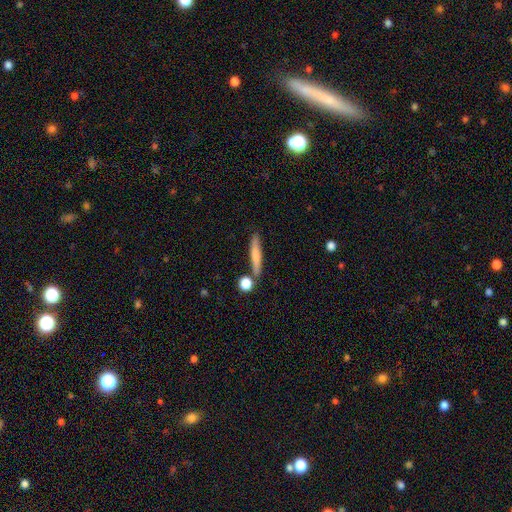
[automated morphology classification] Smooth or featured: smooth — 68% (featured or disk — 26%)
How rounded: cigar-shaped — 88% (in between — 9%)
Merging: none — 75% (minor disturbance — 12%)